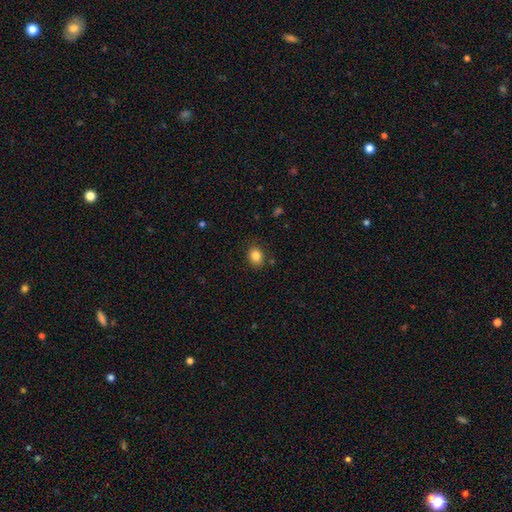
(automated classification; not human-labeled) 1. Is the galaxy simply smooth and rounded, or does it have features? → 84% smooth, 10% star or artifact, 6% featured or disk.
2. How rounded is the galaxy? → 54% in between, 45% round, 1% cigar-shaped.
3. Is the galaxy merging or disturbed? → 83% none, 12% minor disturbance, 3% major disturbance, 2% merger.